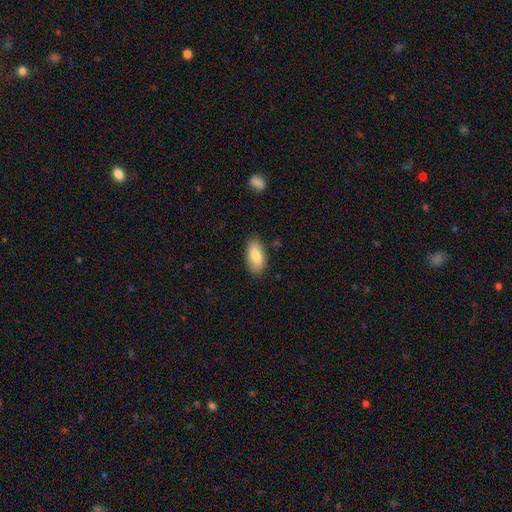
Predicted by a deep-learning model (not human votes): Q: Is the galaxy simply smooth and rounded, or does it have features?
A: smooth — 76%.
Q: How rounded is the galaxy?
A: in between — 91%.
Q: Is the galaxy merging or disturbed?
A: none — 84%.